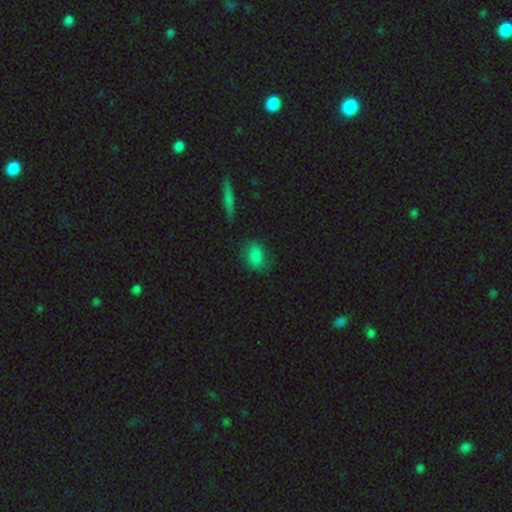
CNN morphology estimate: This is likely a smooth galaxy (79%). How rounded: likely in between (69%). Merging: likely none (72%).